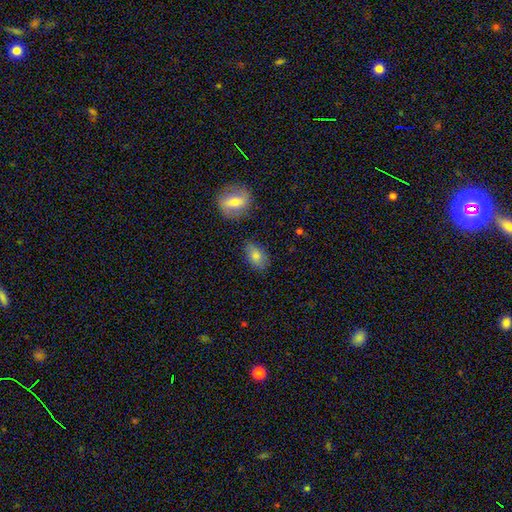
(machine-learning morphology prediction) smooth 80%, featured or disk 11%, star or artifact 9%. Down the decision tree: how rounded — in between (87%); merging — none (76%).